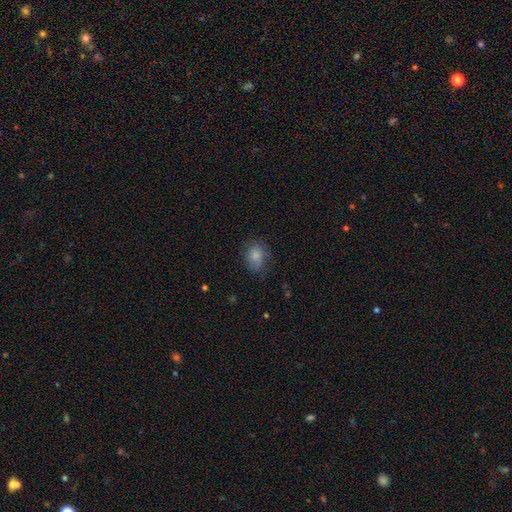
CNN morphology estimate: smooth 81%, featured or disk 10%, star or artifact 9%. Down the decision tree: how rounded — in between (61%); merging — none (65%).